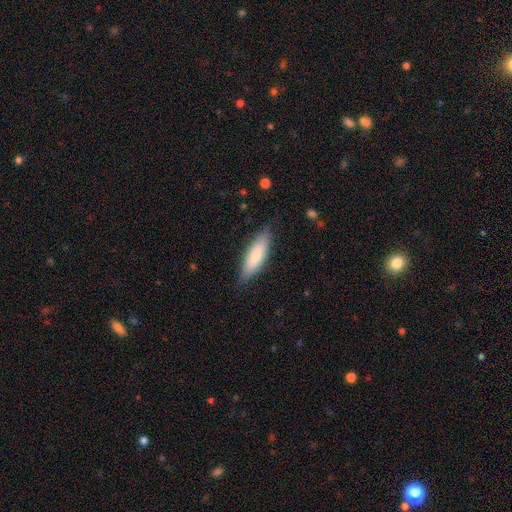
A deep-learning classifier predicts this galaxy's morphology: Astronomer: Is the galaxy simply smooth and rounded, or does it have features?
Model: smooth — 81%.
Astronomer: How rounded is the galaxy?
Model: cigar-shaped — 53% (runner-up: in between, 45%).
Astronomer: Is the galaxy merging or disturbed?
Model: none — 83%.